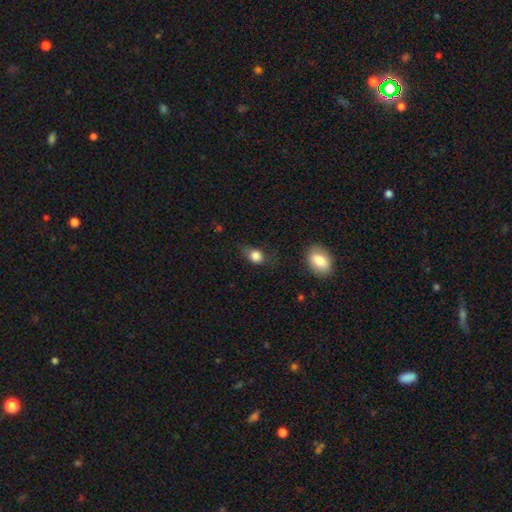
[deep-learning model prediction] smooth_or_featured: smooth (p=0.83) [alt: star or artifact p=0.10]
how_rounded: in between (p=0.58) [alt: round p=0.39]
merging: none (p=0.51) [alt: minor disturbance p=0.31]